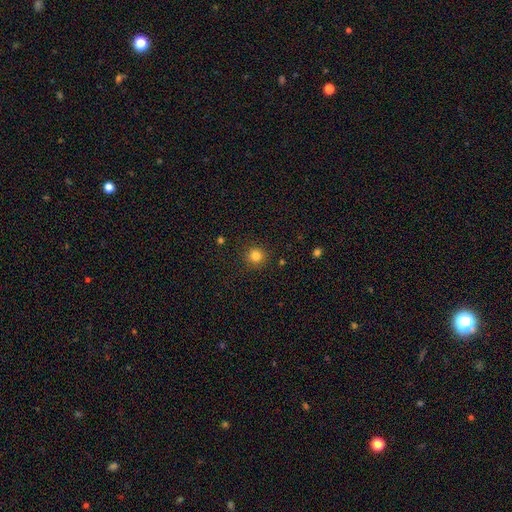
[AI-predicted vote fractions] A smooth galaxy with no disk features (83%) that is round (94%). Merging: none (90%).